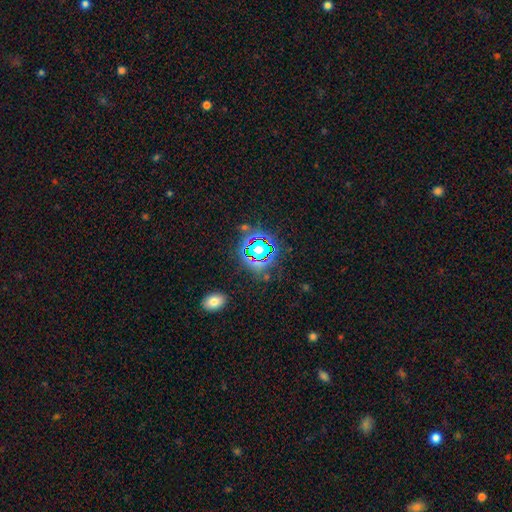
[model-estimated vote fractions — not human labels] A star or artifact, not a galaxy (66%).

Vote fractions:
- Smooth or featured? star or artifact: 66% / smooth: 23% / featured or disk: 11%